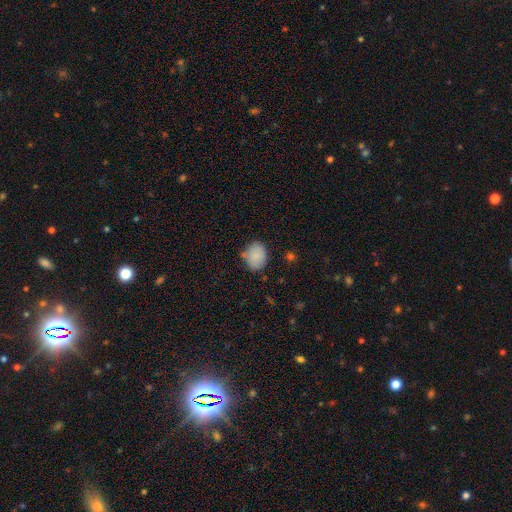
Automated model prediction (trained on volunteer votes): The model was most divided on "how rounded": in between: 51%, round: 48%, cigar-shaped: 1%. More confident: smooth or featured — smooth (87%); merging — none (73%).